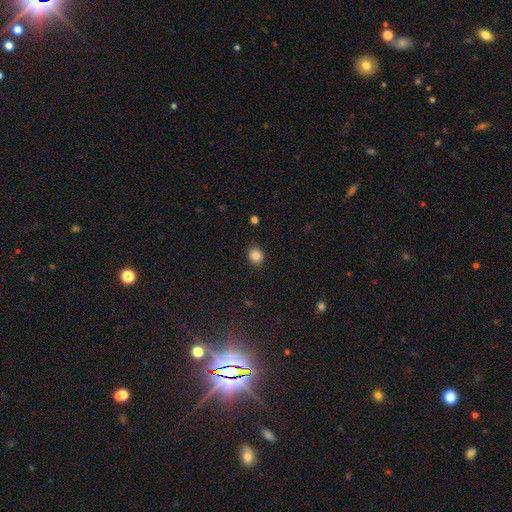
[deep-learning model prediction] This appears to be a smooth galaxy with no disk features (85%) that is round (68%). Merging: none (86%).